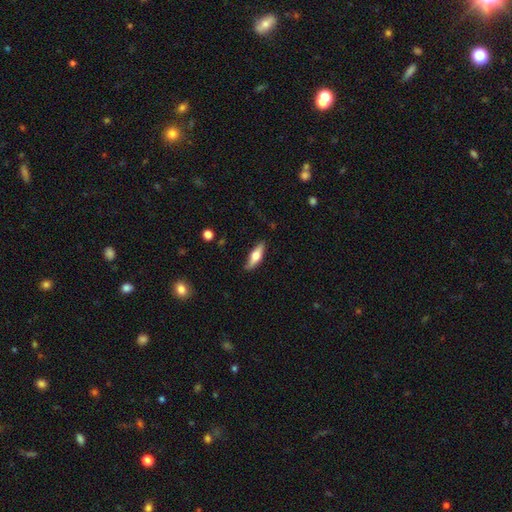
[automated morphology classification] A smooth galaxy with no disk features (53%) that is cigar-shaped (54%).

Vote fractions:
- Smooth or featured? smooth: 53% / featured or disk: 41% / star or artifact: 6%
- How rounded? cigar-shaped: 54% / in between: 43% / round: 3%
- Merging? none: 83% / minor disturbance: 13% / major disturbance: 2% / merger: 1%